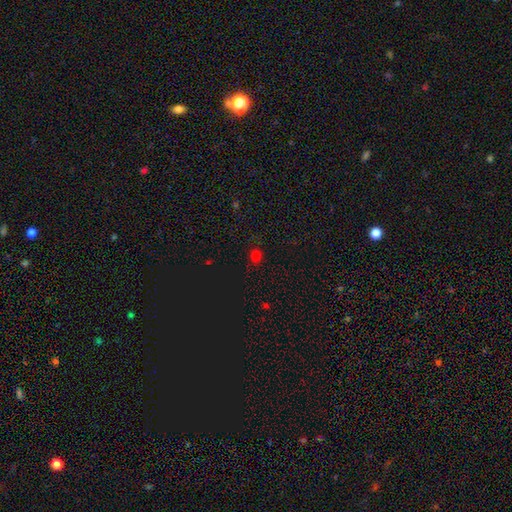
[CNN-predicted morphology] A smooth galaxy with no disk features (70%) that is round (75%).

Vote fractions:
- Smooth or featured? smooth: 70% / star or artifact: 26% / featured or disk: 4%
- How rounded? round: 75% / in between: 23% / cigar-shaped: 1%
- Merging? none: 85% / minor disturbance: 10% / major disturbance: 3% / merger: 1%